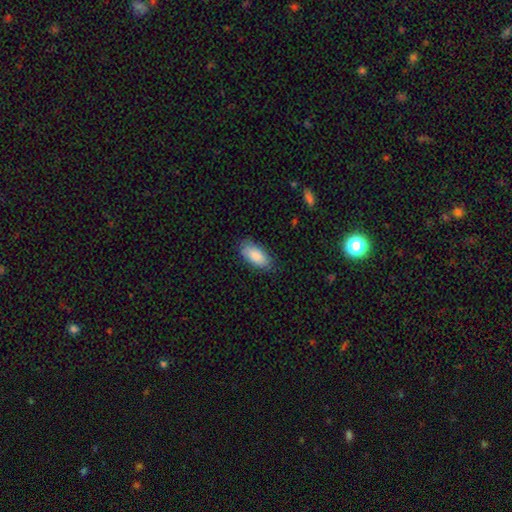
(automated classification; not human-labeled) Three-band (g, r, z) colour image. It shows a smooth galaxy with no disk features (87%) that is in between round and cigar-shaped (90%). Merging: none (78%).